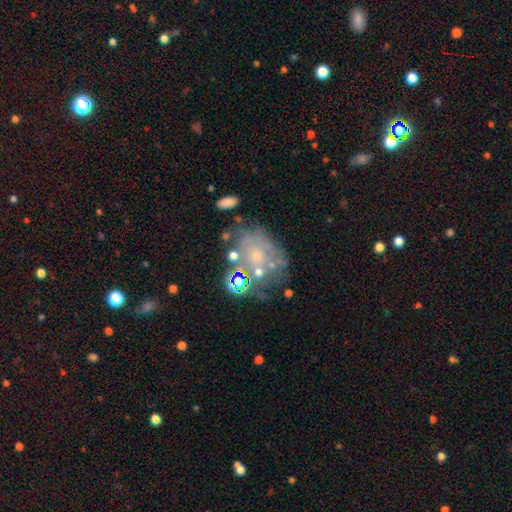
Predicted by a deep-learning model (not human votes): A featured or disk galaxy (49%). Merging: none (42%).